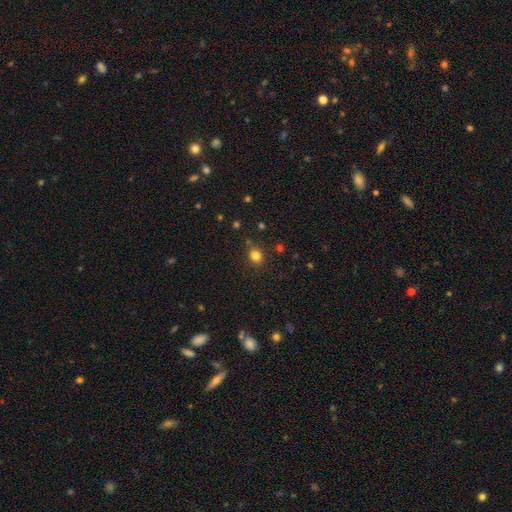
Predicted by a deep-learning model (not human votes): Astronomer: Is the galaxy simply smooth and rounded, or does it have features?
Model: smooth — 80%.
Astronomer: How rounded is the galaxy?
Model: round — 74%.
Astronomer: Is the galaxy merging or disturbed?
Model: none — 84%.